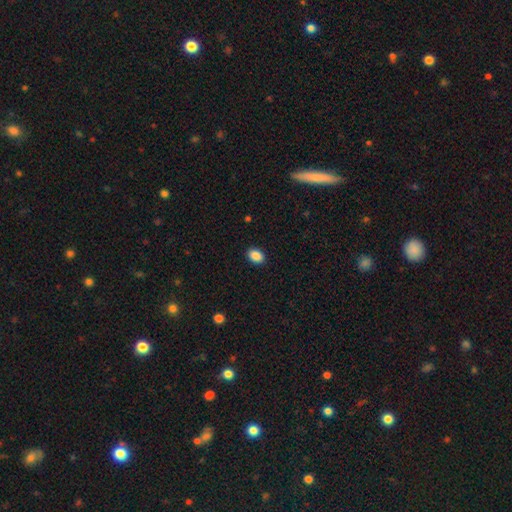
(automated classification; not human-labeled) Smooth or featured? smooth (89%)
How rounded? in between (78%)
Merging? none (91%)